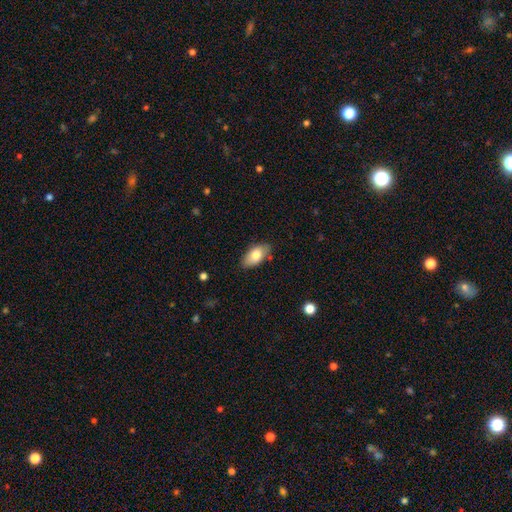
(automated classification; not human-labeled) Smooth or featured? Predicted: smooth (p=0.78). How rounded? Predicted: in between (p=0.92). Merging? Predicted: none (p=0.81).